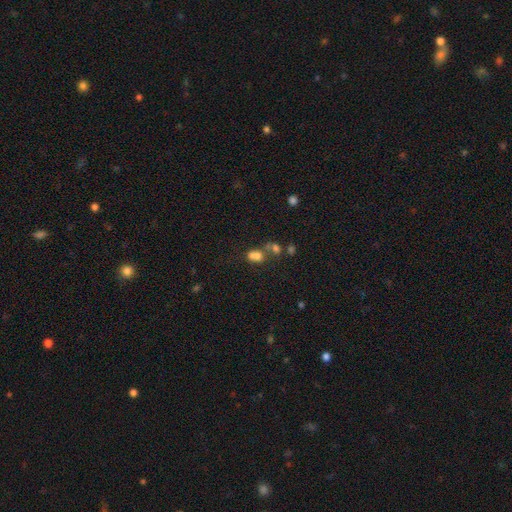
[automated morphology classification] smooth_or_featured: smooth (p=0.70) [alt: star or artifact p=0.16]
how_rounded: in between (p=0.57) [alt: round p=0.42]
merging: merger (p=0.54) [alt: none p=0.29]